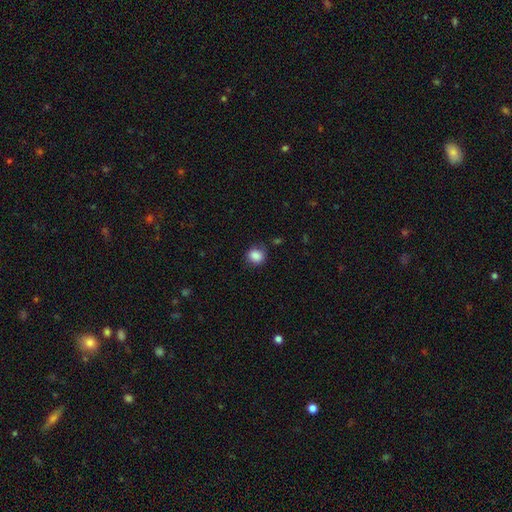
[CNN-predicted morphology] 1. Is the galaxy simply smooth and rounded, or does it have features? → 87% smooth, 9% star or artifact, 4% featured or disk.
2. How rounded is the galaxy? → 76% round, 23% in between, 1% cigar-shaped.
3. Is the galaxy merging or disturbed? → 78% none, 16% minor disturbance, 4% major disturbance, 2% merger.